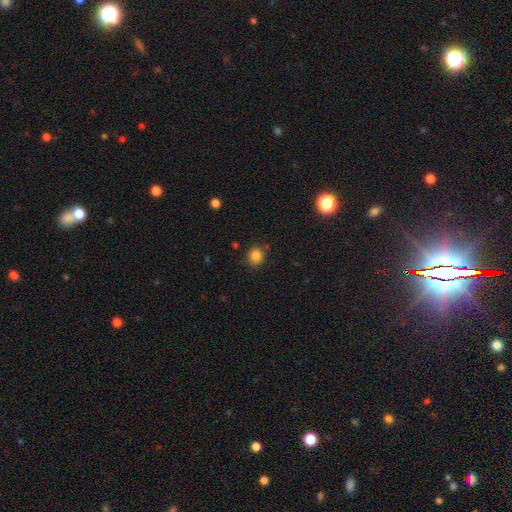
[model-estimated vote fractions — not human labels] Smooth or featured? smooth (84%)
How rounded? round (80%)
Merging? none (84%)